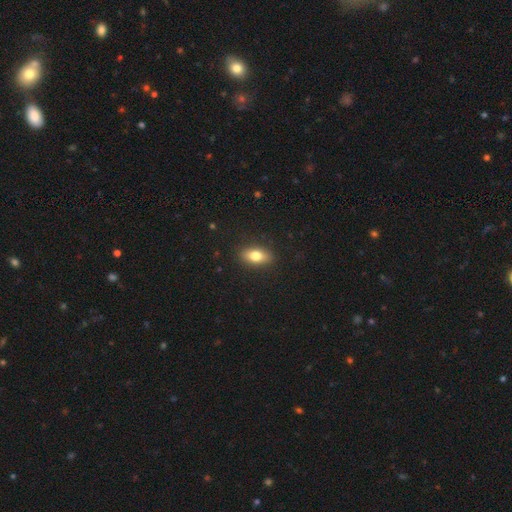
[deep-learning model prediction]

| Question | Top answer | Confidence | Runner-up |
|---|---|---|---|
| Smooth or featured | smooth | 77% | featured or disk (15%) |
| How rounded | in between | 85% | cigar-shaped (8%) |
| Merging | none | 88% | minor disturbance (9%) |